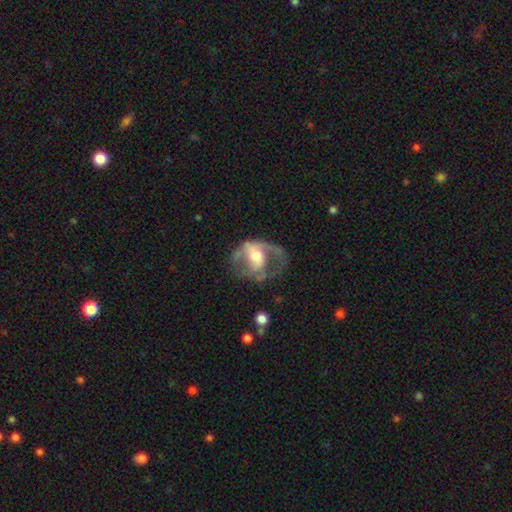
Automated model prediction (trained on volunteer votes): Q: Smooth or featured?
A: featured or disk (73%); runner-up: smooth (21%)
Q: Edge-on disk?
A: no (97%); runner-up: yes (3%)
Q: Bar?
A: no (48%); runner-up: weak (35%)
Q: Spiral arms?
A: yes (69%); runner-up: no (31%)
Q: Bulge size?
A: moderate (62%); runner-up: large (17%)
Q: Merging?
A: major disturbance (41%); runner-up: none (36%)